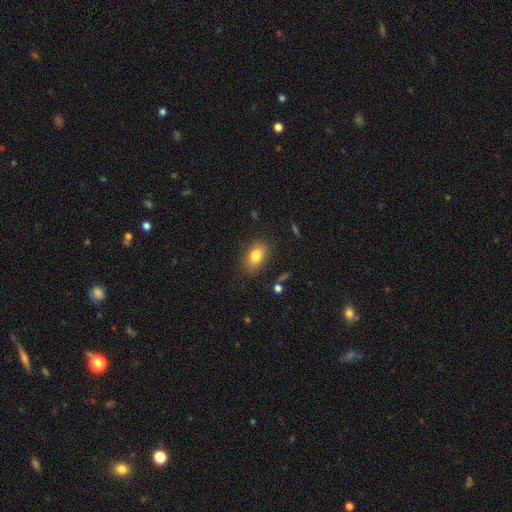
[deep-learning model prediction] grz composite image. It shows a smooth galaxy with no disk features (82%) that is in between round and cigar-shaped (85%). Merging: none (83%).